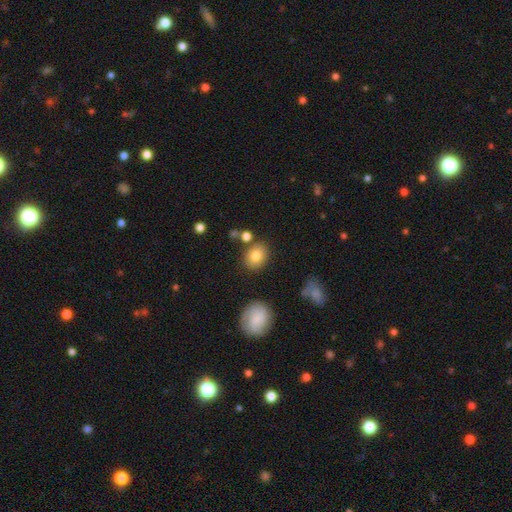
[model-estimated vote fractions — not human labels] Smooth or featured? Predicted: smooth (p=0.81). How rounded? Predicted: in between (p=0.53). Merging? Predicted: none (p=0.78).